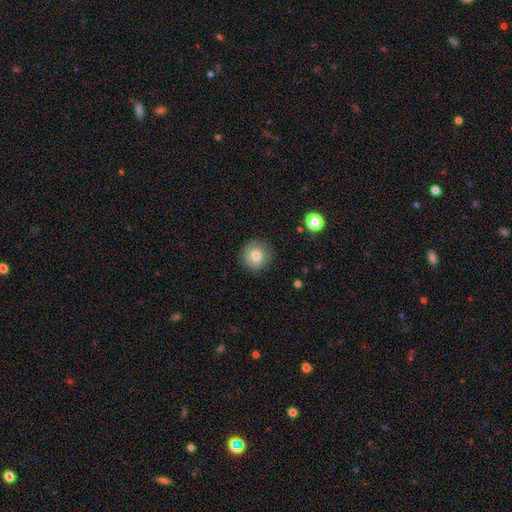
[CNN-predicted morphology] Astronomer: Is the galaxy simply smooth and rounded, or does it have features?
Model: smooth — 77%.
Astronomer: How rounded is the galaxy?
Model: round — 93%.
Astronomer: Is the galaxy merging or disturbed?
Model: none — 85%.